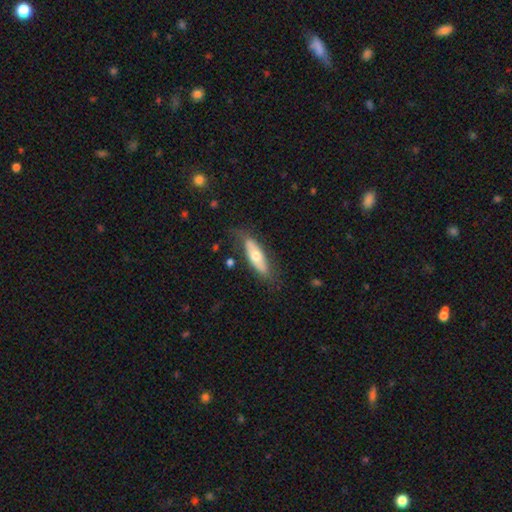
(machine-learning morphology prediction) The model was most divided on "how rounded": in between: 54%, cigar-shaped: 44%, round: 2%. More confident: merging — none (71%); smooth or featured — smooth (56%).